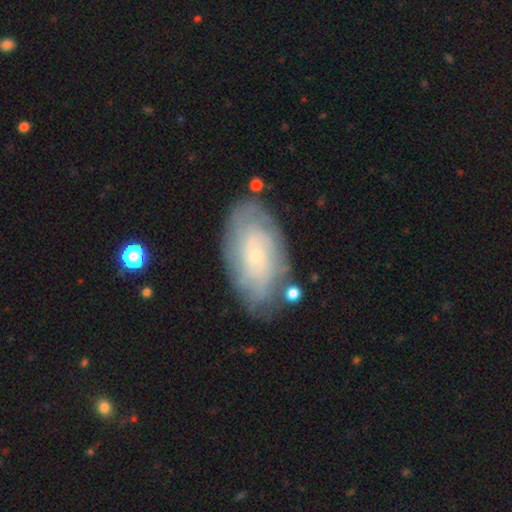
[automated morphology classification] Smooth or featured? featured or disk (69%)
Edge-on disk? no (94%)
Bar? no (78%)
Spiral arms? yes (83%)
Spiral winding? tight (71%)
Spiral arm count? can't tell (61%)
Bulge size? small (80%)
Merging? none (74%)